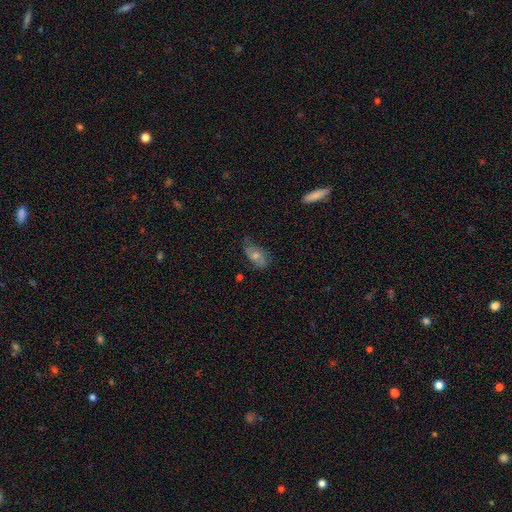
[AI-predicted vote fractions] This is possibly a featured or disk galaxy (54%). It is clearly not viewed edge-on (91%). Merging: likely none (63%).